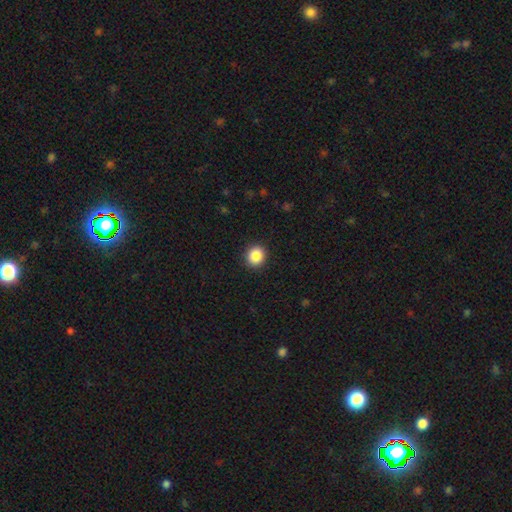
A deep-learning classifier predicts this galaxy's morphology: A smooth galaxy with no disk features (88%) that is round (85%). Merging: none (91%).